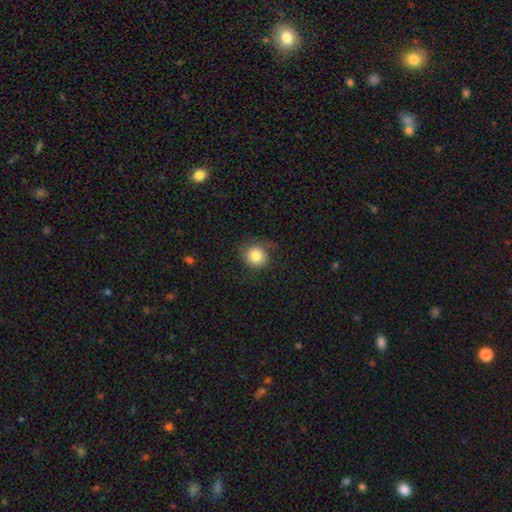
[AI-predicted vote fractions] Smooth or featured? smooth (82%)
How rounded? round (87%)
Merging? none (69%)